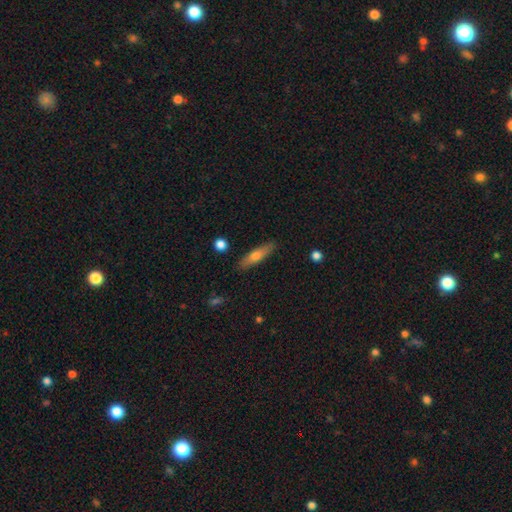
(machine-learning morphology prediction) Smooth or featured: smooth — 59% (featured or disk — 35%)
How rounded: cigar-shaped — 71% (in between — 27%)
Merging: none — 87% (minor disturbance — 10%)